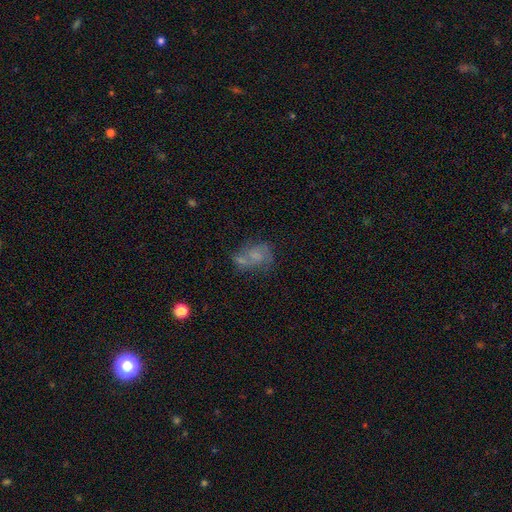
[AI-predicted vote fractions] Overall: featured or disk (51%; smooth 36%). Edge-on disk: no (97%). Merging: none (40%; merger 24%).